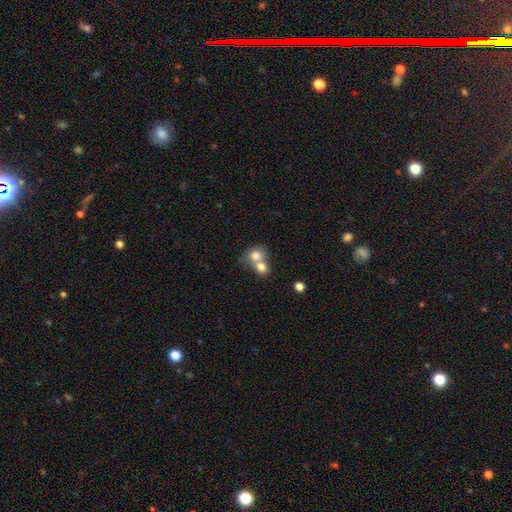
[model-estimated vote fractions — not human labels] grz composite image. It shows a smooth galaxy with no disk features (76%) that is round (65%). Merging: merger (66%).